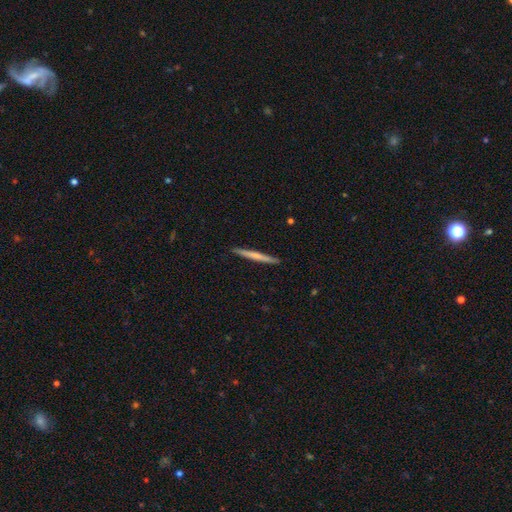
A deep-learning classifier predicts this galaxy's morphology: A smooth galaxy with no disk features (58%) that is cigar-shaped (97%). Merging: none (92%).